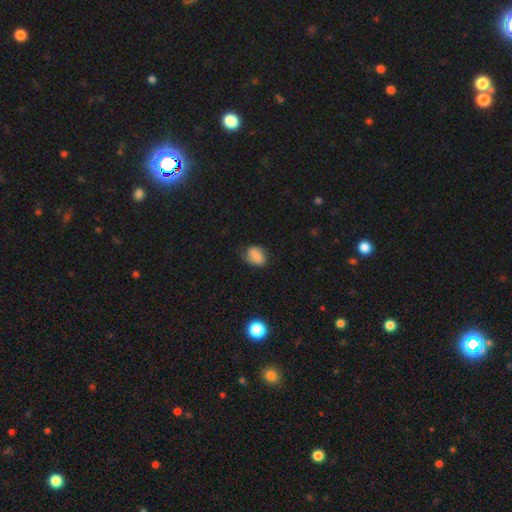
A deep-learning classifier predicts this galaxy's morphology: This is likely a smooth galaxy (79%). How rounded: likely in between (73%). Merging: likely none (62%).